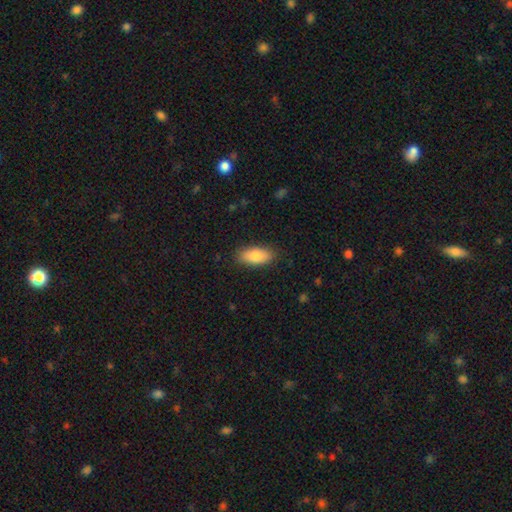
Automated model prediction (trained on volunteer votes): smooth 83%, featured or disk 11%, star or artifact 6%. Down the decision tree: how rounded — in between (87%); merging — none (86%).